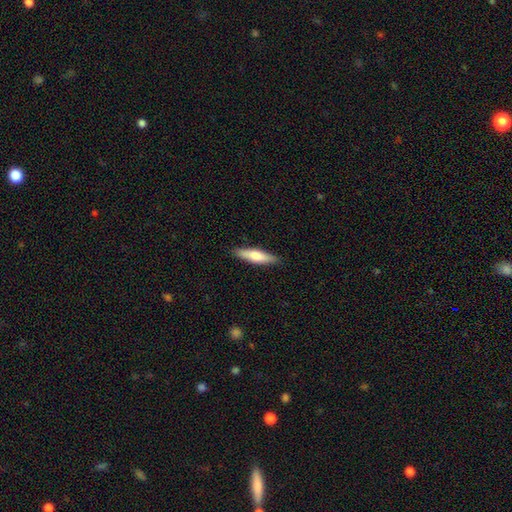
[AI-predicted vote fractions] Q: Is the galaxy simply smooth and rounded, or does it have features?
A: smooth — 66%.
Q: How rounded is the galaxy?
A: cigar-shaped — 74%.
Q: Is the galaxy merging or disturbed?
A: none — 88%.